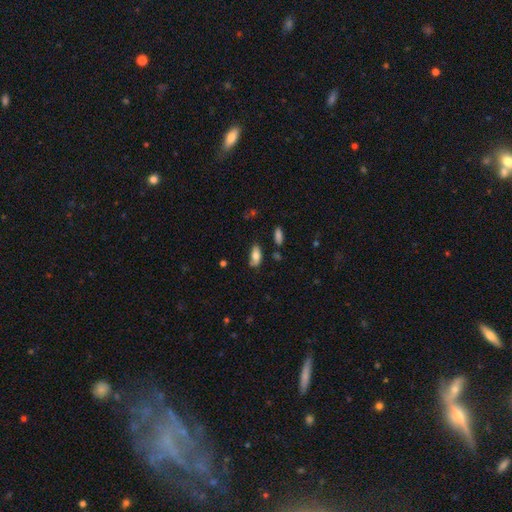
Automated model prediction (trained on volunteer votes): A smooth galaxy with no disk features (78%) that is in between round and cigar-shaped (85%).

Vote fractions:
- Smooth or featured? smooth: 78% / featured or disk: 15% / star or artifact: 8%
- How rounded? in between: 85% / cigar-shaped: 12% / round: 3%
- Merging? none: 69% / minor disturbance: 22% / merger: 5% / major disturbance: 5%